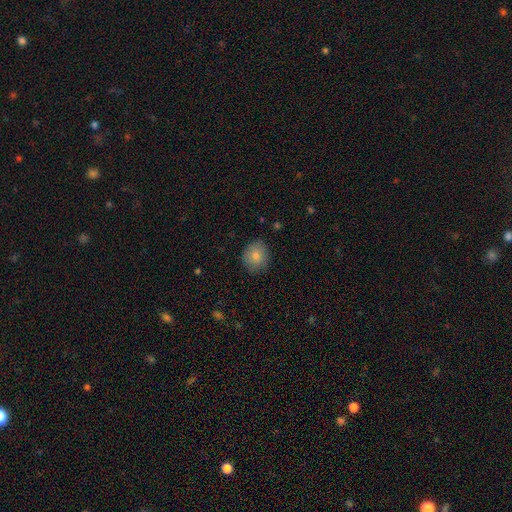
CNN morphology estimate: Overall: smooth (83%). How rounded: round (77%). Merging: none (83%).